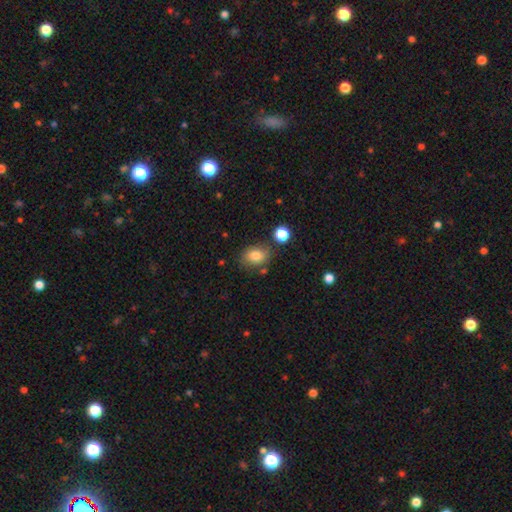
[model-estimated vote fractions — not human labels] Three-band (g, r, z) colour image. It shows a smooth galaxy with no disk features (81%) that is in between round and cigar-shaped (68%). Merging: none (76%).